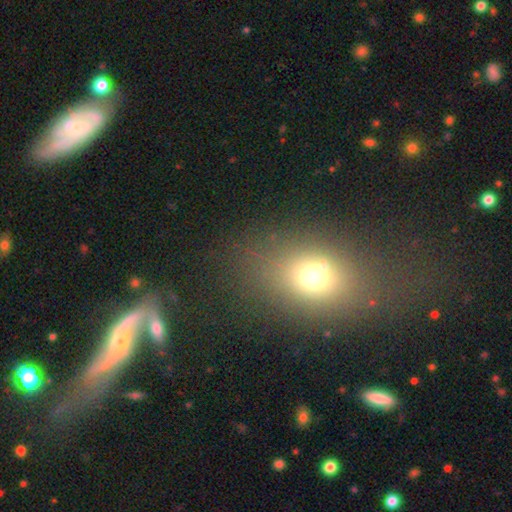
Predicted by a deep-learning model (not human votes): Smooth or featured?
  - smooth: 62% *
  - featured or disk: 19%
  - star or artifact: 19%
How rounded?
  - in between: 61% *
  - round: 35%
  - cigar-shaped: 4%
Merging?
  - none: 69% *
  - minor disturbance: 15%
  - major disturbance: 8%
  - merger: 7%